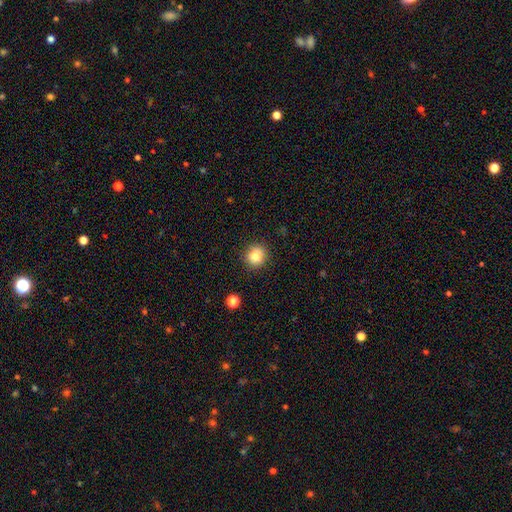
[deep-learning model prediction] Q: Smooth or featured?
A: smooth (82%); runner-up: star or artifact (11%)
Q: How rounded?
A: round (92%); runner-up: in between (7%)
Q: Merging?
A: none (90%); runner-up: minor disturbance (6%)